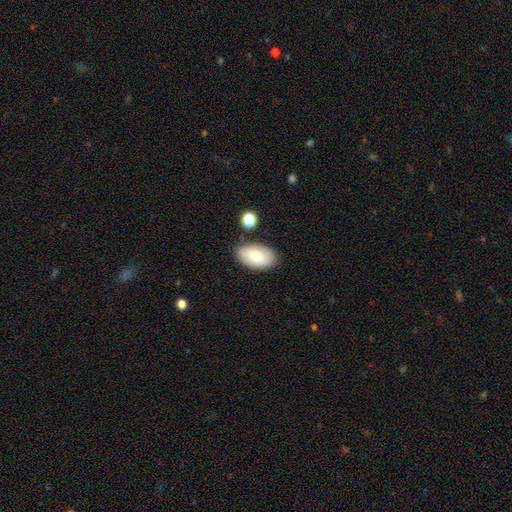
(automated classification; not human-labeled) Morphology: type=smooth (75%); roundness=in between (94%); merging=none (80%).